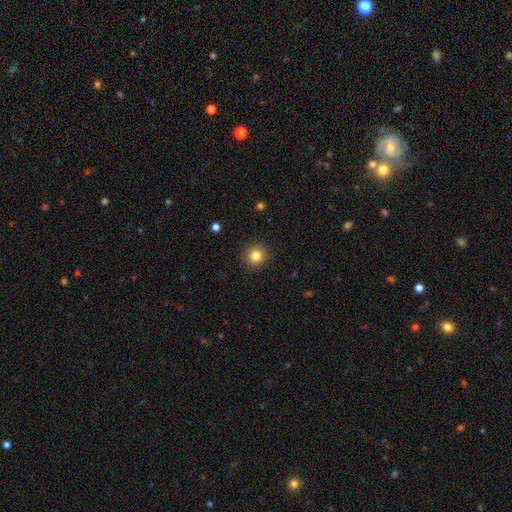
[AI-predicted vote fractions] Smooth or featured? smooth (83%)
How rounded? round (89%)
Merging? none (90%)